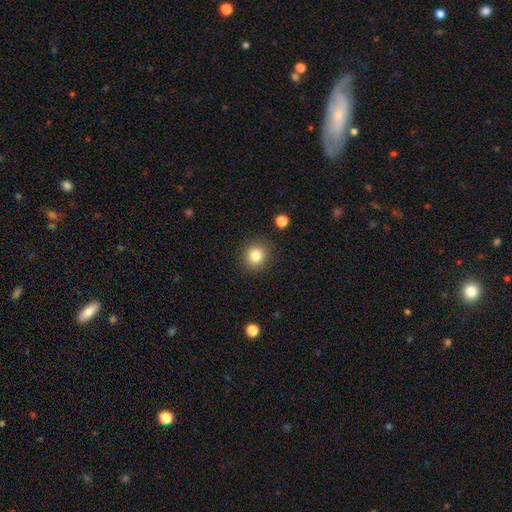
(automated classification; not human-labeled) Smooth or featured: smooth — 82% (star or artifact — 11%)
How rounded: round — 90% (in between — 9%)
Merging: none — 90% (minor disturbance — 7%)